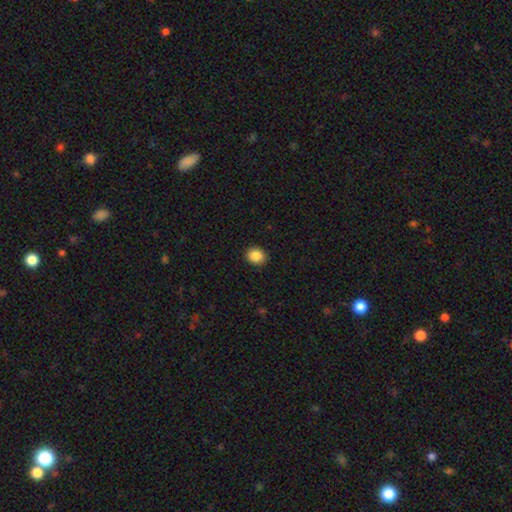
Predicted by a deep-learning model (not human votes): This appears to be a smooth galaxy with no disk features (85%) that is round (72%). Merging: none (92%).